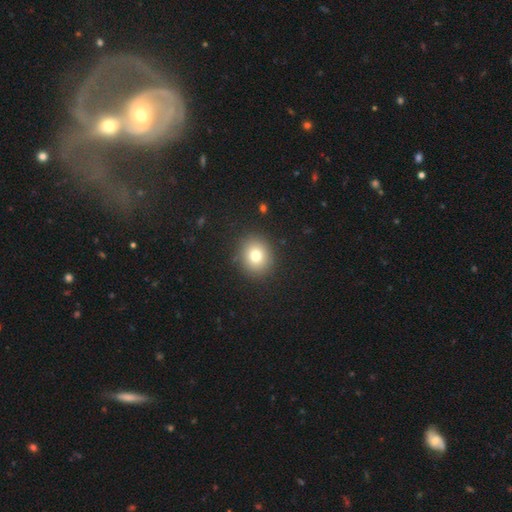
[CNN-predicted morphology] smooth-or-featured: smooth: 76% | star or artifact: 13% | featured or disk: 11%
  how-rounded: round: 84% | in between: 16% | cigar-shaped: 1%
  merging: none: 90% | minor disturbance: 6% | major disturbance: 3% | merger: 1%